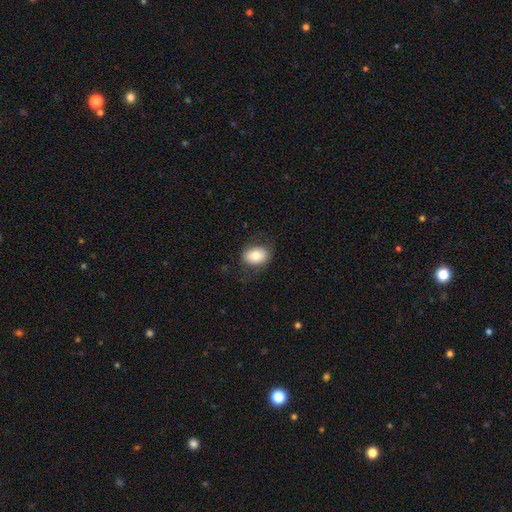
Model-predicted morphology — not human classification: Smooth or featured? smooth (79%)
How rounded? in between (72%)
Merging? none (81%)